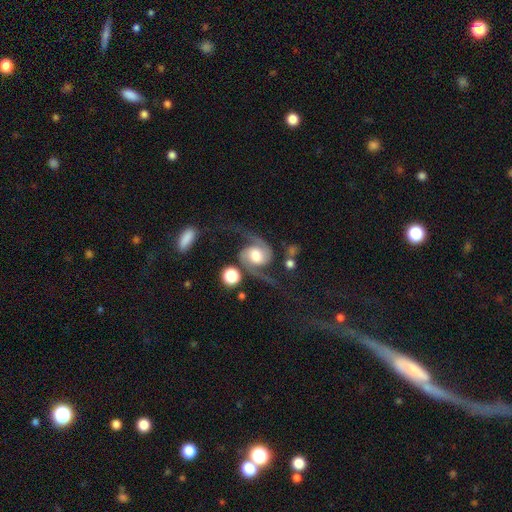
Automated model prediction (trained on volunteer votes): The model was most divided on "bulge size": moderate: 49%, large: 33%, small: 9%, dominant: 6%, none: 4%. More confident: spiral arms — yes (98%); edge-on disk — no (97%); spiral arm count — 2 (94%); smooth or featured — featured or disk (89%); merging — none (67%); spiral winding — loose (65%); bar — no (58%).